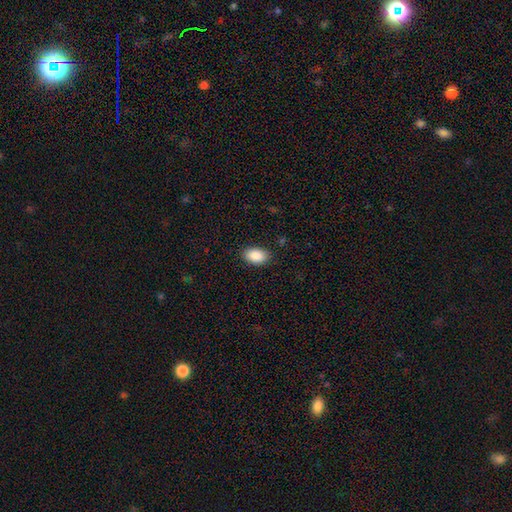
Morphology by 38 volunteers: This appears to be a smooth galaxy with no disk features (89%) that is in between round and cigar-shaped (91%). Merging: none (83%).